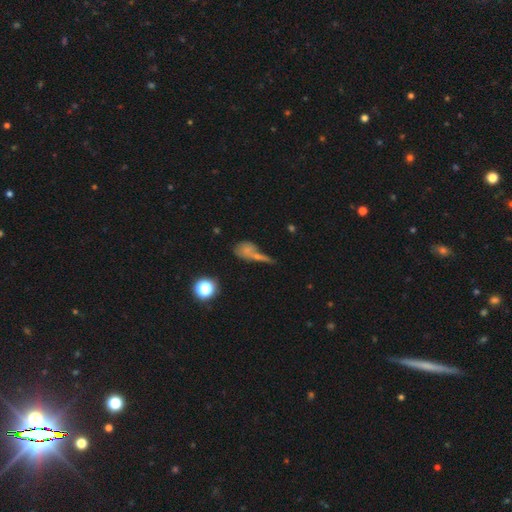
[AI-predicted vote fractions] The model was most divided on "merging": none: 38%, merger: 35%, minor disturbance: 14%, major disturbance: 12%. Remaining: smooth or featured — smooth (50%).